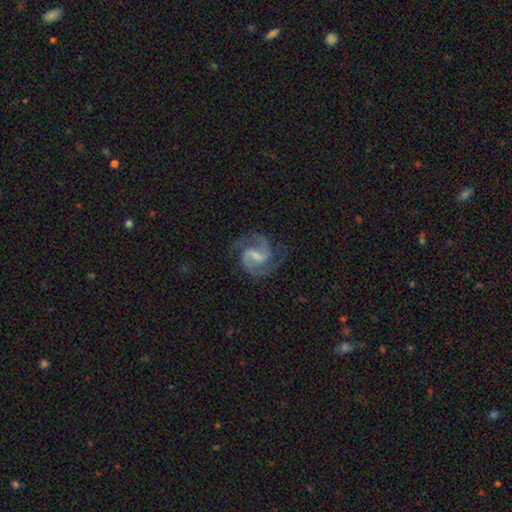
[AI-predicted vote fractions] Smooth or featured?
  - featured or disk: 91% *
  - star or artifact: 5%
  - smooth: 4%
Edge-on disk?
  - no: 98% *
  - yes: 2%
Bar?
  - weak: 55% *
  - strong: 30%
  - no: 15%
Spiral arms?
  - yes: 98% *
  - no: 2%
Spiral winding?
  - medium: 64% *
  - tight: 22%
  - loose: 15%
Spiral arm count?
  - 2: 91% *
  - 3: 4%
  - can't tell: 2%
  - 1: 1%
  - 4: 1%
  - more than 4: 1%
Bulge size?
  - small: 51% *
  - moderate: 27%
  - none: 19%
  - large: 2%
  - dominant: 1%
Merging?
  - none: 79% *
  - minor disturbance: 14%
  - major disturbance: 6%
  - merger: 1%